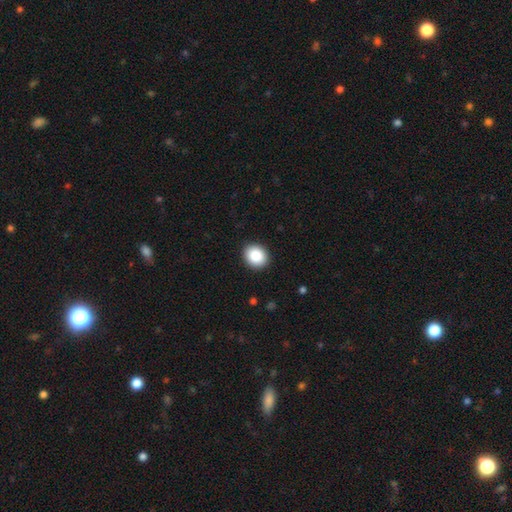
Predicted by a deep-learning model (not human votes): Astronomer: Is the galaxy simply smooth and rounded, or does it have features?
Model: smooth — 87%.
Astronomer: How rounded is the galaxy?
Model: round — 70%.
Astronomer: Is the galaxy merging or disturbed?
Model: none — 92%.